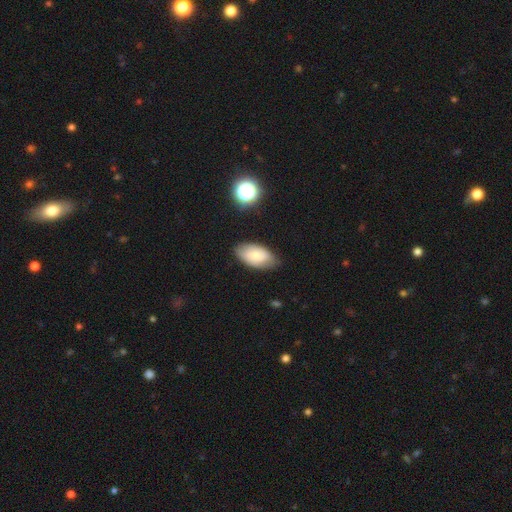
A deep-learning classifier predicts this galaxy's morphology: This appears to be a smooth galaxy with no disk features (66%) that is in between round and cigar-shaped (93%). Merging: none (75%).